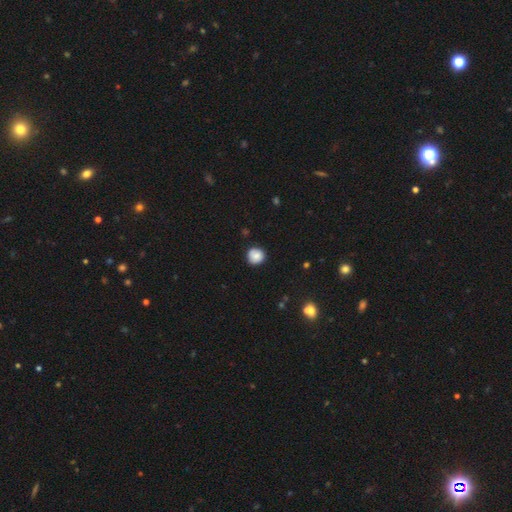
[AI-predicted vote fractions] A smooth galaxy with no disk features (84%) that is round (93%).

Vote fractions:
- Smooth or featured? smooth: 84% / star or artifact: 9% / featured or disk: 7%
- How rounded? round: 93% / in between: 6% / cigar-shaped: 1%
- Merging? none: 84% / minor disturbance: 12% / major disturbance: 2% / merger: 1%